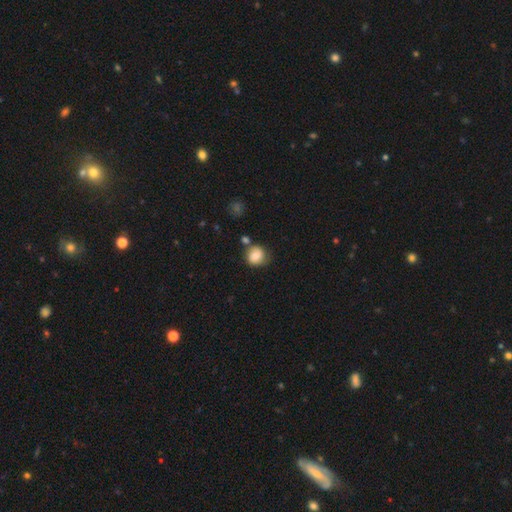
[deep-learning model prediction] Overall: smooth (78%). How rounded: round (87%). Merging: none (65%).